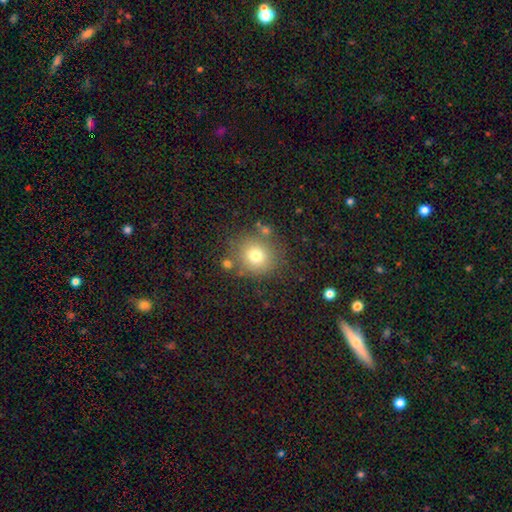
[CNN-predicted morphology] smooth_or_featured: smooth (p=0.74) [alt: star or artifact p=0.14]
how_rounded: round (p=0.87) [alt: in between p=0.13]
merging: none (p=0.78) [alt: minor disturbance p=0.11]